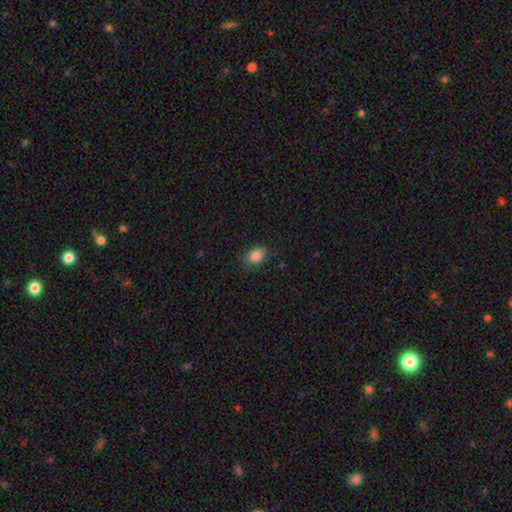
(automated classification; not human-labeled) Smooth or featured? Predicted: smooth (p=0.86). How rounded? Predicted: in between (p=0.69). Merging? Predicted: none (p=0.76).